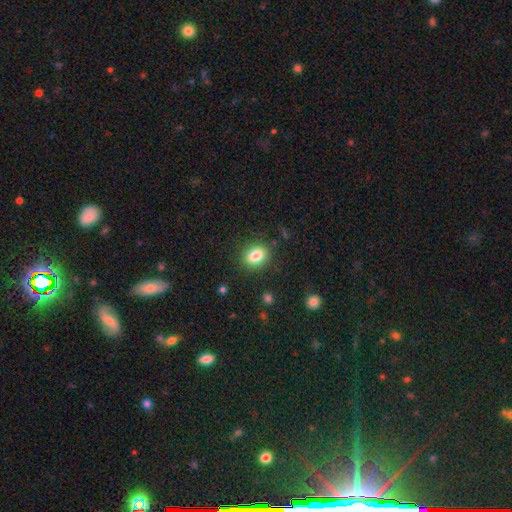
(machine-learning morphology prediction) Smooth or featured? Predicted: smooth (p=0.83). How rounded? Predicted: in between (p=0.68). Merging? Predicted: none (p=0.86).